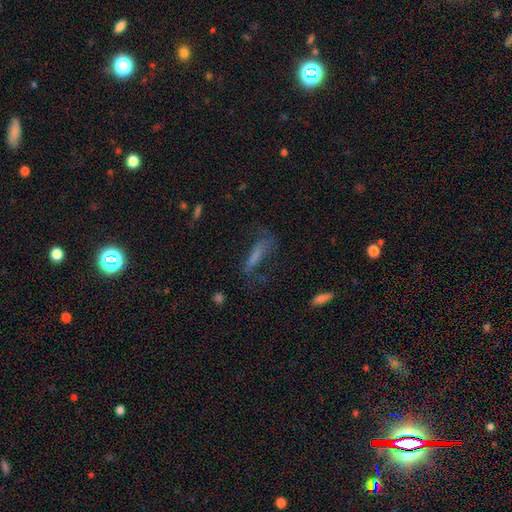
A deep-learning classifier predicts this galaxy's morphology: This is possibly a smooth galaxy (52%). How rounded: likely cigar-shaped (75%). Merging: possibly none (48%).